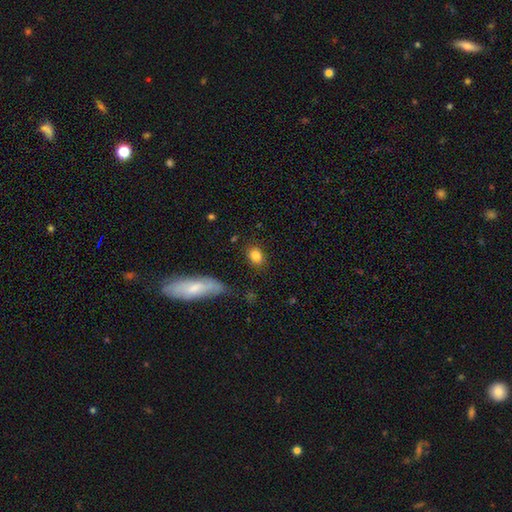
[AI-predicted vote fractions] Morphology: type=smooth (83%); roundness=in between (59%); merging=none (84%).